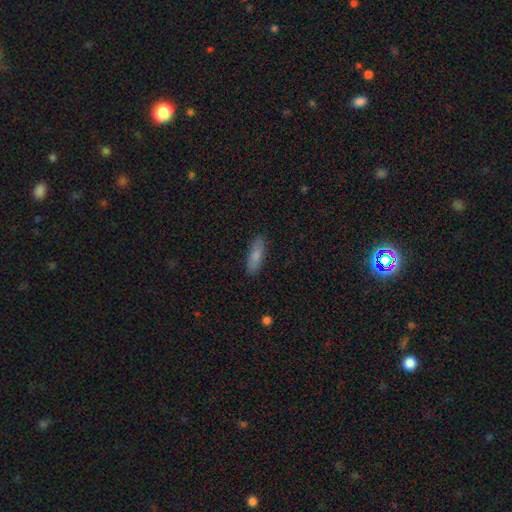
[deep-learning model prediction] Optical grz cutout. It shows a smooth galaxy with no disk features (84%) that is in between round and cigar-shaped (49%, tied with cigar-shaped). Merging: none (87%).